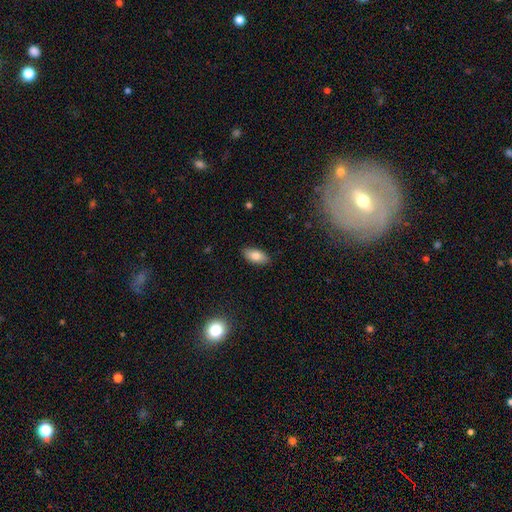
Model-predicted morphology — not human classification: smooth_or_featured: smooth (p=0.81) [alt: featured or disk p=0.12]
how_rounded: in between (p=0.90) [alt: cigar-shaped p=0.07]
merging: none (p=0.87) [alt: minor disturbance p=0.10]